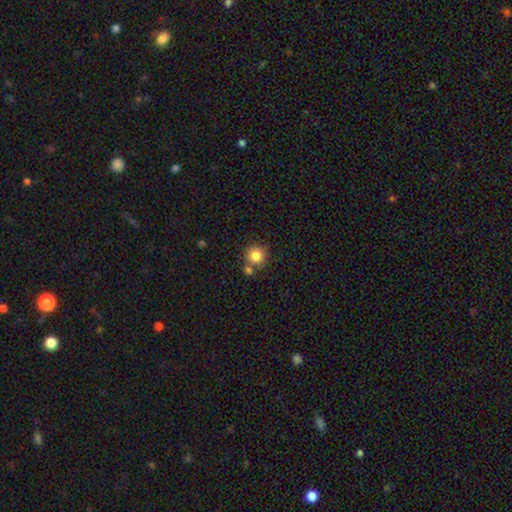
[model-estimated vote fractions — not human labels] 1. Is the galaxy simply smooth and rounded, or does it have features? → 83% smooth, 10% star or artifact, 6% featured or disk.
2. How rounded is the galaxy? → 93% round, 6% in between, 1% cigar-shaped.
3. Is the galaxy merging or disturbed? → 70% none, 18% merger, 9% minor disturbance, 3% major disturbance.